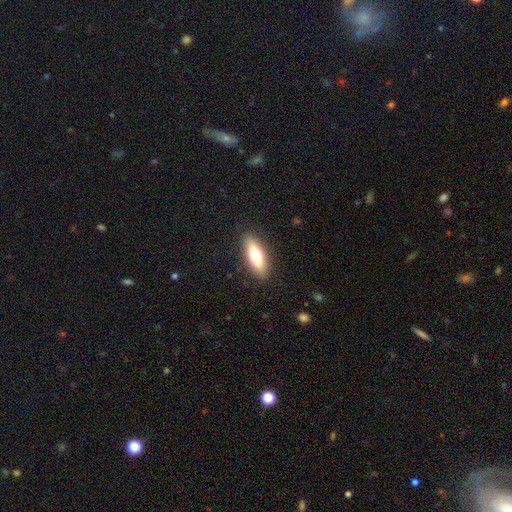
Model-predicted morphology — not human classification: The model was most divided on "how rounded": in between: 51%, cigar-shaped: 46%, round: 2%. More confident: merging — none (89%); smooth or featured — smooth (62%).